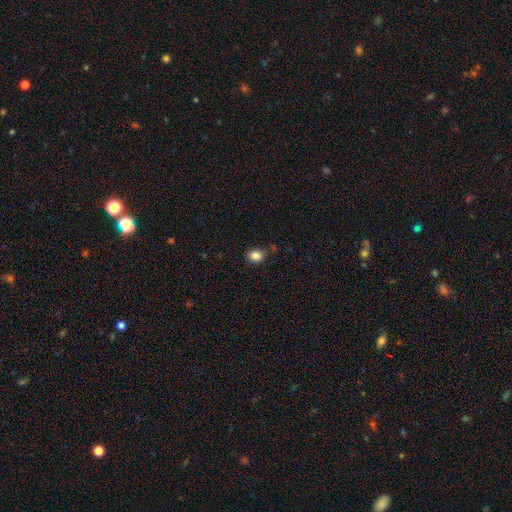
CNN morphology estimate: The model was most divided on "how rounded": in between: 53%, round: 46%, cigar-shaped: 1%. More confident: smooth or featured — smooth (85%); merging — none (82%).